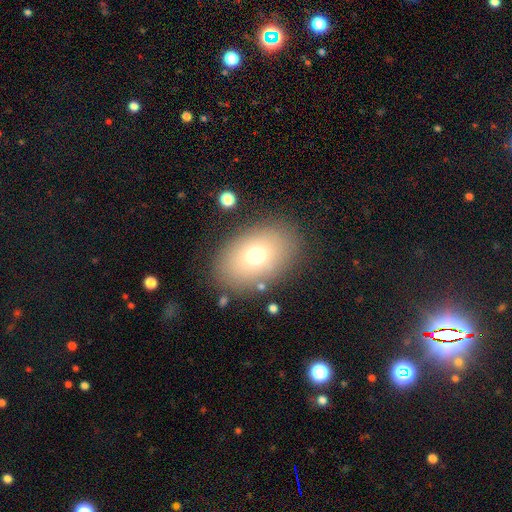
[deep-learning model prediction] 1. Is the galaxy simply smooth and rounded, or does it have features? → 70% smooth, 17% featured or disk, 13% star or artifact.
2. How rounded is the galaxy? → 79% in between, 20% round, 1% cigar-shaped.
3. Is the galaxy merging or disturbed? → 83% none, 9% minor disturbance, 5% major disturbance, 2% merger.